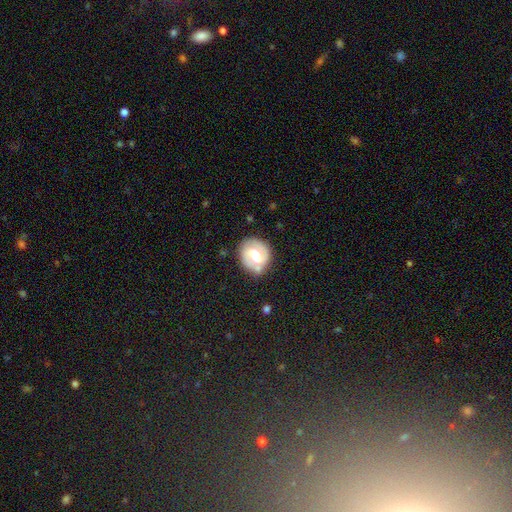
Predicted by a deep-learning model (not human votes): Overall: featured or disk (66%; smooth 28%). Edge-on disk: no (97%). Bar: weak (52%; strong 27%). Spiral arms: yes (78%). Bulge size: moderate (62%). Merging: none (70%).